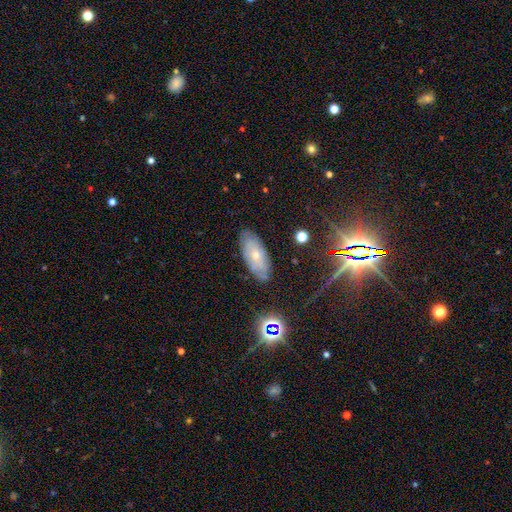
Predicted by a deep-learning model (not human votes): The model was most divided on "smooth or featured" (2-way tie): smooth: 44%, featured or disk: 44%, star or artifact: 12%. More confident: merging — none (80%).